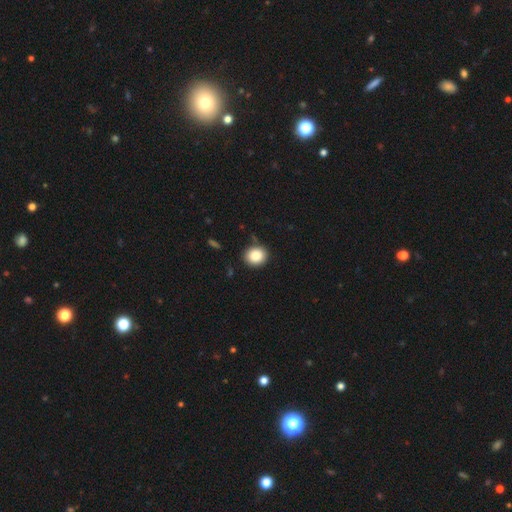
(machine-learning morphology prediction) Overall: smooth (87%). How rounded: round (75%). Merging: none (86%).